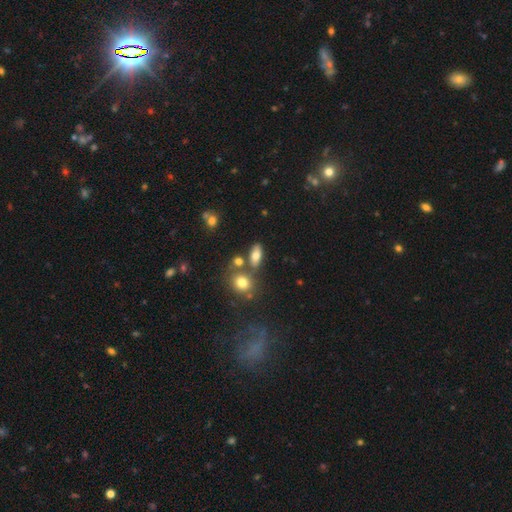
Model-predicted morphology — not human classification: smooth 74%, featured or disk 15%, star or artifact 11%. Down the decision tree: how rounded — in between (78%); merging — none (69%).